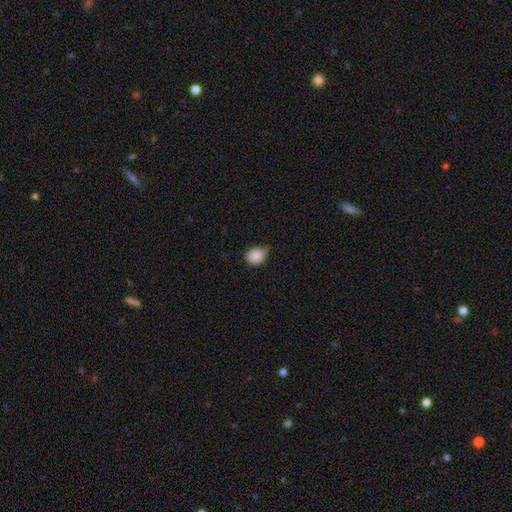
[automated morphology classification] Overall: smooth (87%). How rounded: round (71%). Merging: none (48%; minor disturbance 43%).